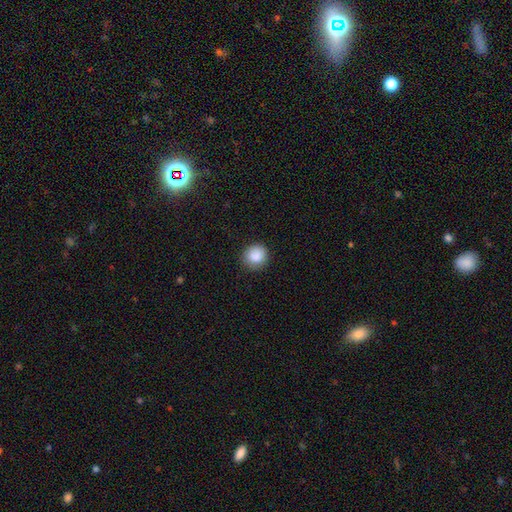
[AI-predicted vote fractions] A smooth galaxy with no disk features (88%) that is round (88%). Merging: none (86%).